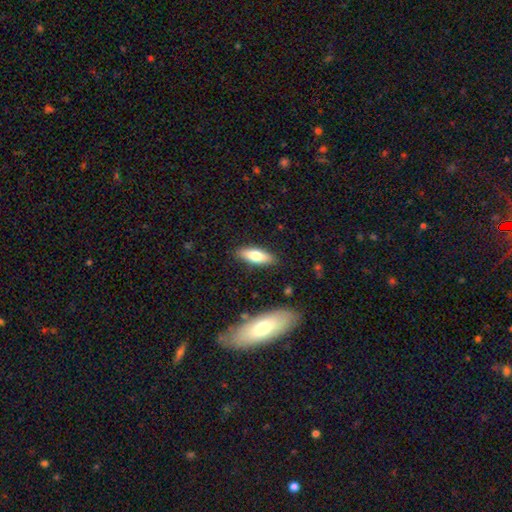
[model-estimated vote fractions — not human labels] Q: Smooth or featured?
A: smooth (72%); runner-up: featured or disk (21%)
Q: How rounded?
A: in between (62%); runner-up: cigar-shaped (36%)
Q: Merging?
A: none (86%); runner-up: minor disturbance (10%)